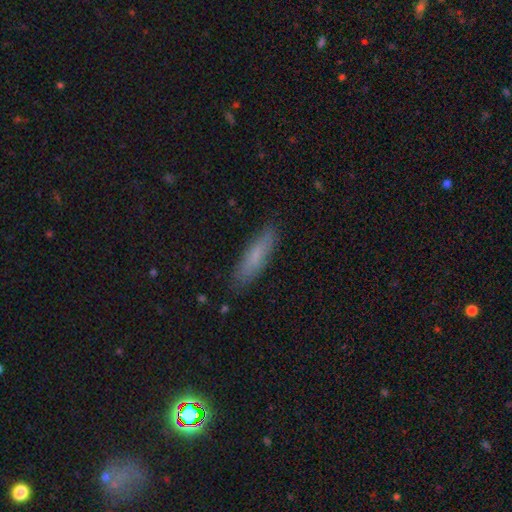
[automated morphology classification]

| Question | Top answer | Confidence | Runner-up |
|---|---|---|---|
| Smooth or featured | smooth | 75% | featured or disk (18%) |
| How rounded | cigar-shaped | 75% | in between (24%) |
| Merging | none | 86% | minor disturbance (11%) |